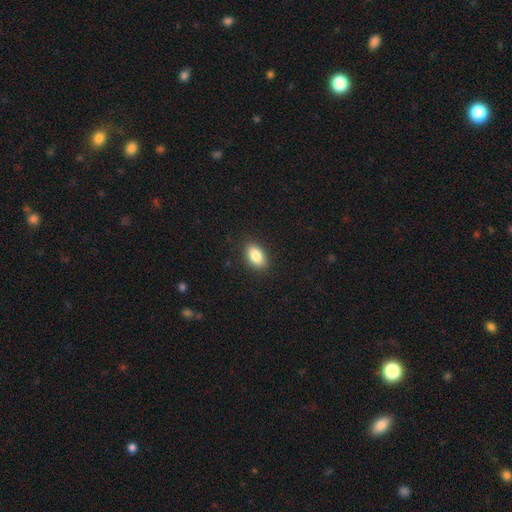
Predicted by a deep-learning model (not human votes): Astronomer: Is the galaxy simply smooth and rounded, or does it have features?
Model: smooth — 86%.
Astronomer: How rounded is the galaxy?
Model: in between — 90%.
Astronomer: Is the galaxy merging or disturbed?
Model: none — 88%.